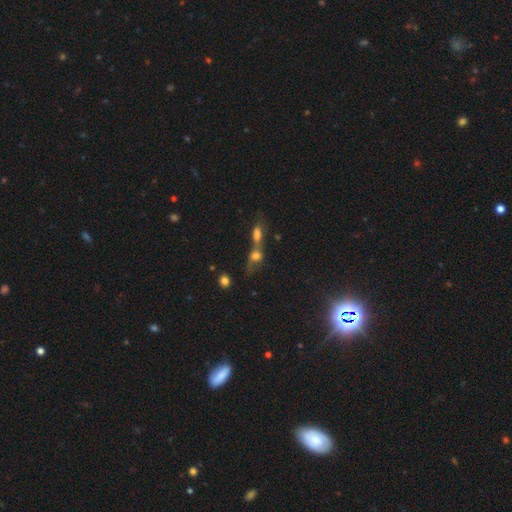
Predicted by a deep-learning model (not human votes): The model was most divided on "how rounded": in between: 51%, round: 36%, cigar-shaped: 13%. More confident: merging — merger (70%); smooth or featured — smooth (63%).